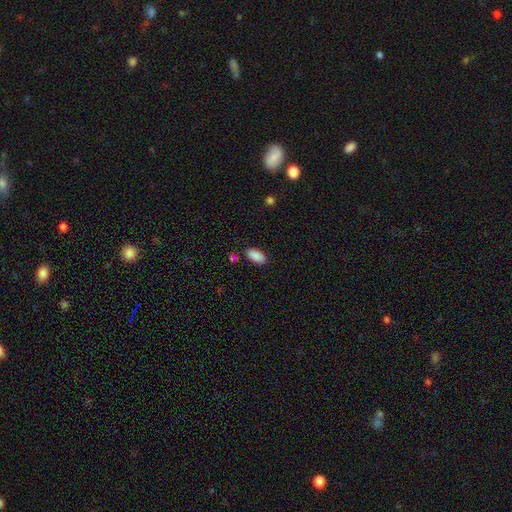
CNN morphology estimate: A smooth galaxy with no disk features (89%) that is in between round and cigar-shaped (93%). Merging: none (82%).